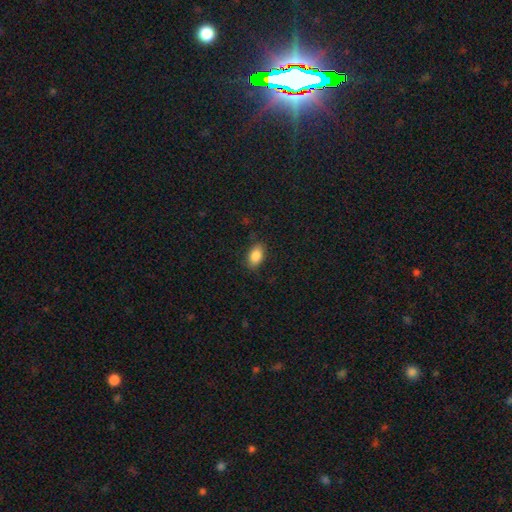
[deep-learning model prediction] Smooth or featured? smooth (86%)
How rounded? in between (89%)
Merging? none (84%)